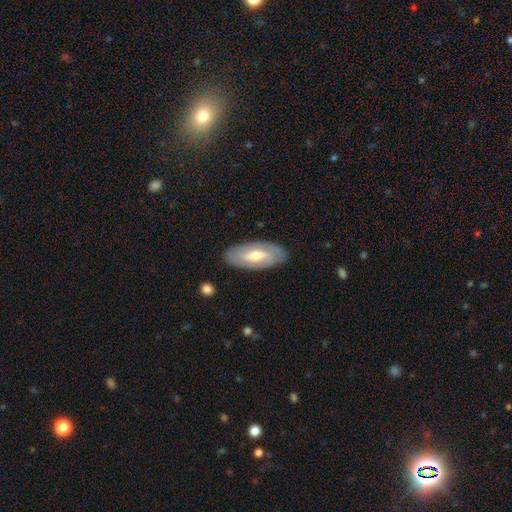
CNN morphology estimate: The model was most divided on "bar": weak: 43%, strong: 31%, no: 27%. More confident: merging — none (86%); edge-on disk — no (86%); bulge size — moderate (66%); smooth or featured — featured or disk (62%); spiral arms — yes (56%).